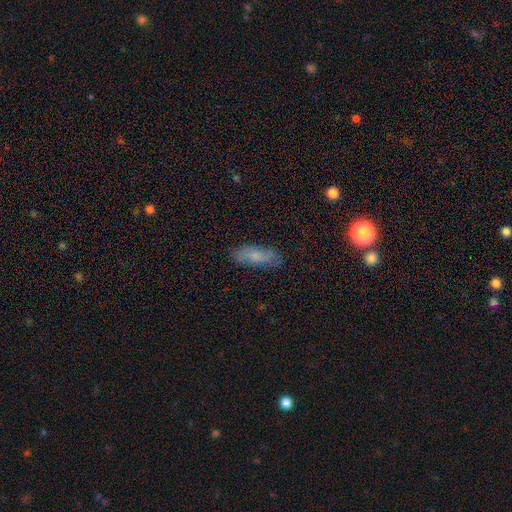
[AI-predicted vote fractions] This is likely a smooth galaxy (72%). How rounded: likely in between (65%). Merging: likely none (80%).